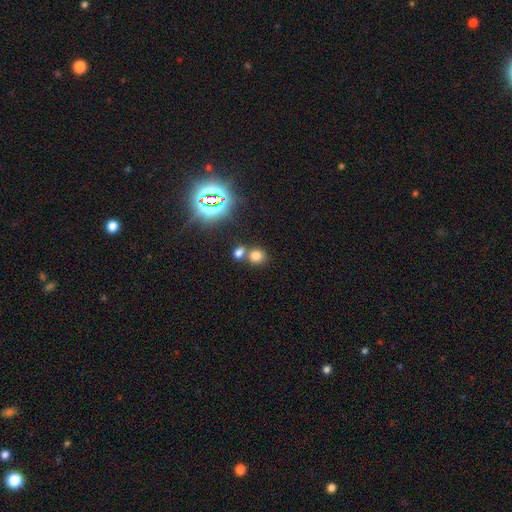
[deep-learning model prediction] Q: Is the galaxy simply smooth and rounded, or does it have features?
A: smooth — 71%.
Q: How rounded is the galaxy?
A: round — 77%.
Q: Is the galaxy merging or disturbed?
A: none — 53%.